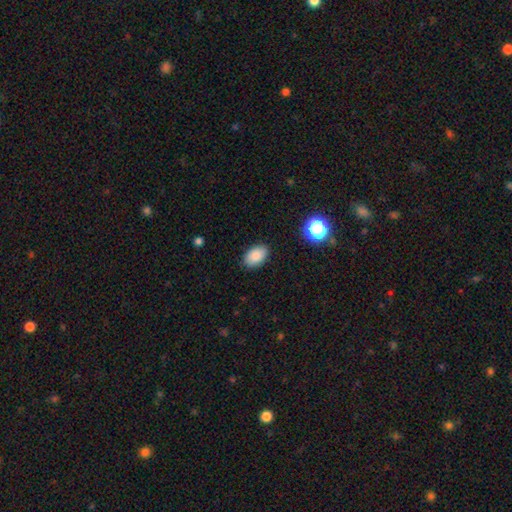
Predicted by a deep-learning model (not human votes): Q: Smooth or featured?
A: smooth (87%); runner-up: star or artifact (9%)
Q: How rounded?
A: in between (88%); runner-up: round (10%)
Q: Merging?
A: none (87%); runner-up: minor disturbance (9%)